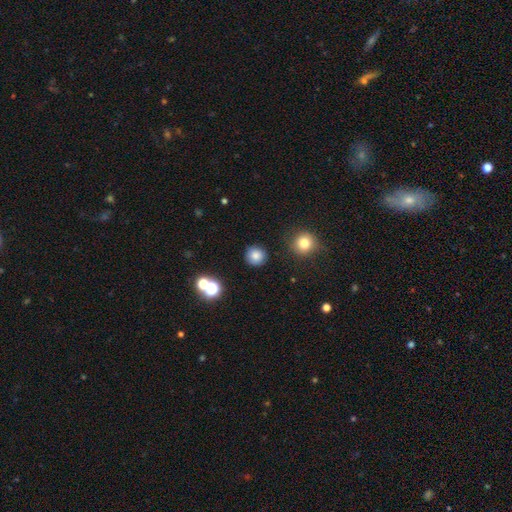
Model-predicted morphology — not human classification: Q: Smooth or featured?
A: smooth (81%); runner-up: star or artifact (13%)
Q: How rounded?
A: round (94%); runner-up: in between (5%)
Q: Merging?
A: none (88%); runner-up: minor disturbance (7%)